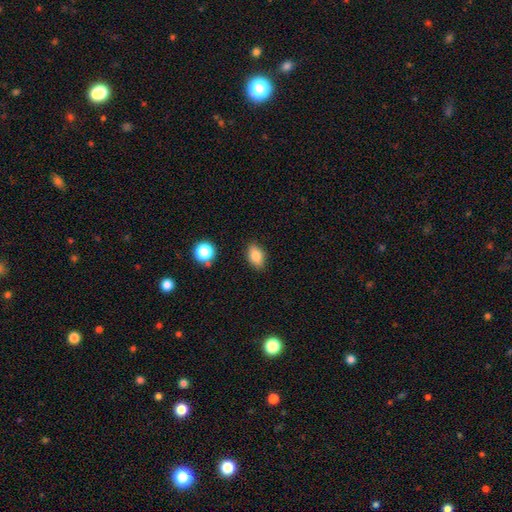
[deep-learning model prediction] smooth-or-featured: smooth: 85% | star or artifact: 9% | featured or disk: 6%
  how-rounded: in between: 86% | round: 12% | cigar-shaped: 2%
  merging: none: 84% | minor disturbance: 11% | major disturbance: 3% | merger: 2%